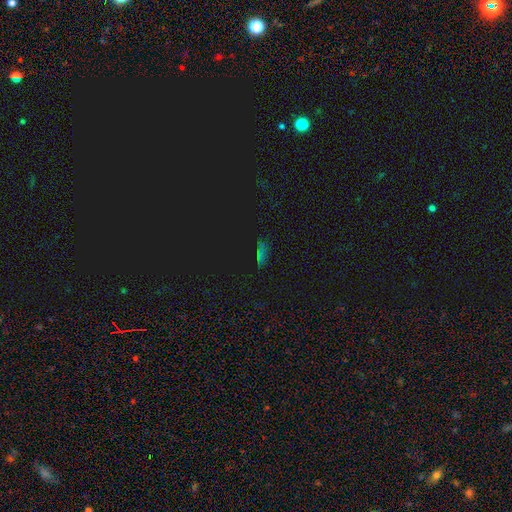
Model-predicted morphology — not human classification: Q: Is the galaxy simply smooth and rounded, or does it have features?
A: star or artifact — 52%.